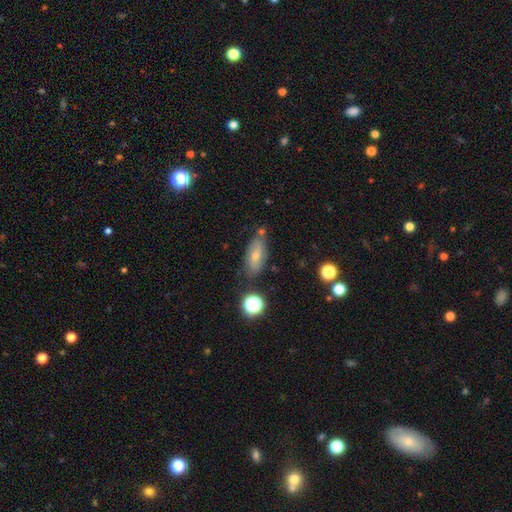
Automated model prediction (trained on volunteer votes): A smooth galaxy with no disk features (58%) that is in between round and cigar-shaped (80%). Merging: none (69%).